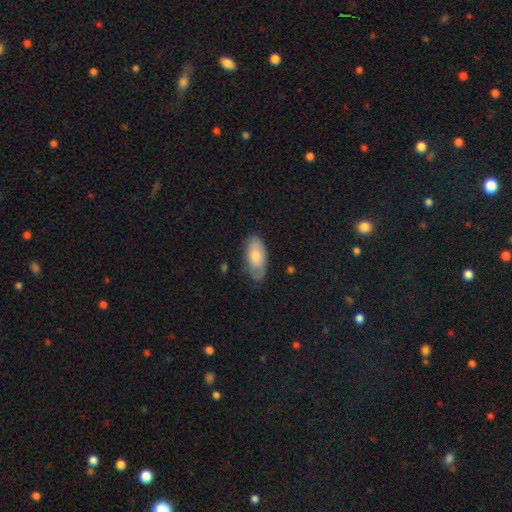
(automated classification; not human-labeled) Smooth or featured: smooth — 70% (featured or disk — 24%)
How rounded: in between — 92% (cigar-shaped — 6%)
Merging: none — 73% (minor disturbance — 22%)